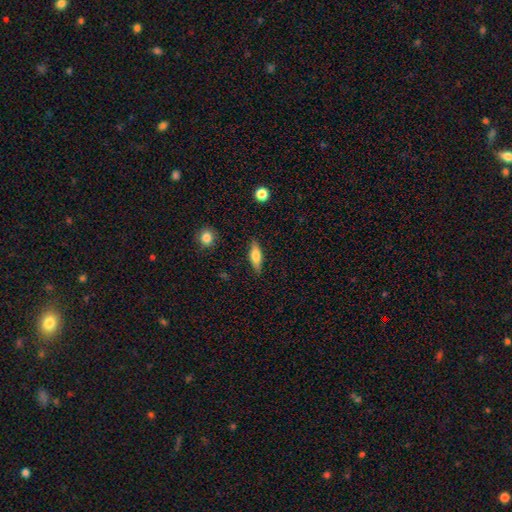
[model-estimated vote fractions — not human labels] Smooth or featured? Predicted: smooth (p=0.68). How rounded? Predicted: in between (p=0.57). Merging? Predicted: none (p=0.85).